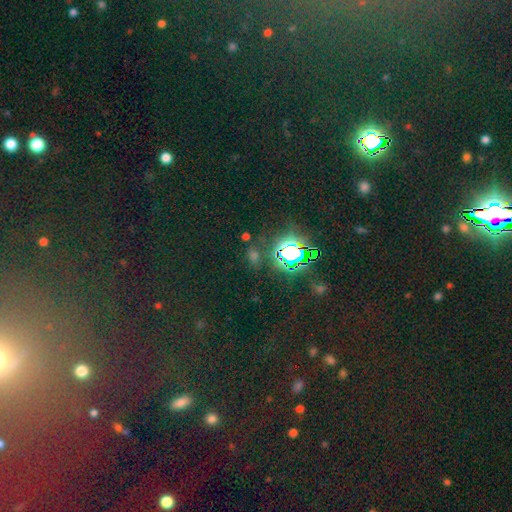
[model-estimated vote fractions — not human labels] This appears to be a star or artifact, not a galaxy (73%).